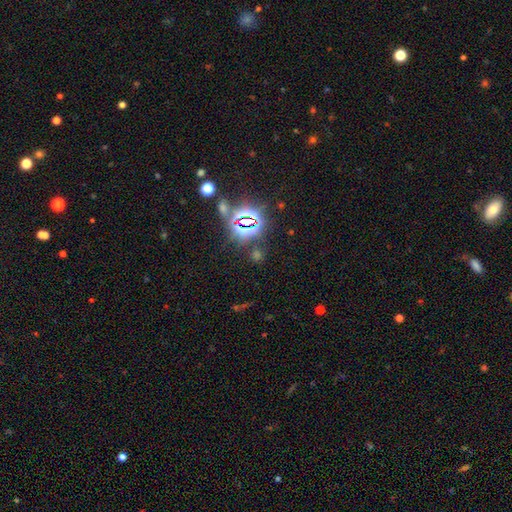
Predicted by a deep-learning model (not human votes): A star or artifact, not a galaxy (69%).

Vote fractions:
- Smooth or featured? star or artifact: 69% / smooth: 24% / featured or disk: 7%